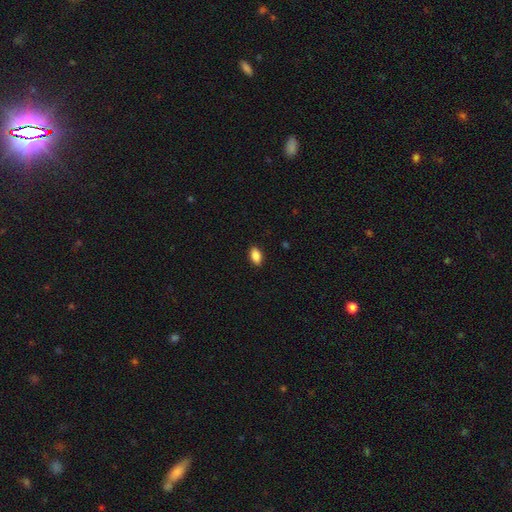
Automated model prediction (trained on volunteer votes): This appears to be a smooth galaxy with no disk features (87%) that is in between round and cigar-shaped (90%). Merging: none (89%).